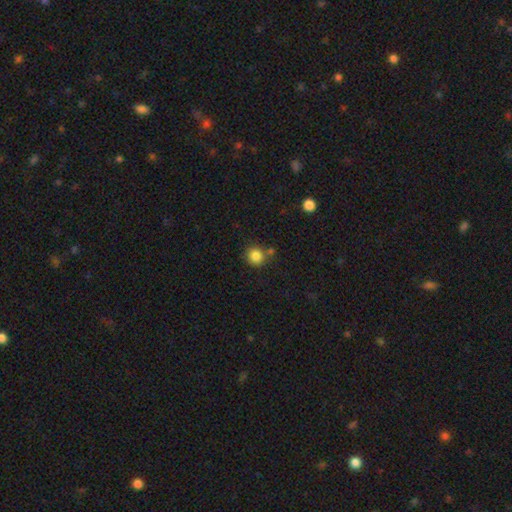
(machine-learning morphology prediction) Smooth or featured? Predicted: smooth (p=0.84). How rounded? Predicted: round (p=0.91). Merging? Predicted: none (p=0.74).